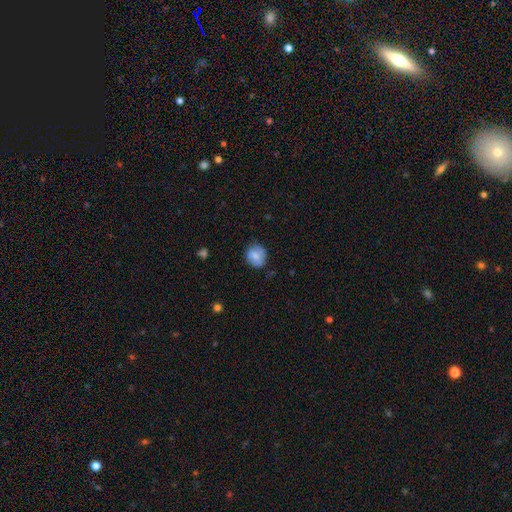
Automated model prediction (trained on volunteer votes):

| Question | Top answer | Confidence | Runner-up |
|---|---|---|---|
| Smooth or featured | smooth | 68% | featured or disk (24%) |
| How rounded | round | 78% | in between (21%) |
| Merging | none | 71% | minor disturbance (22%) |